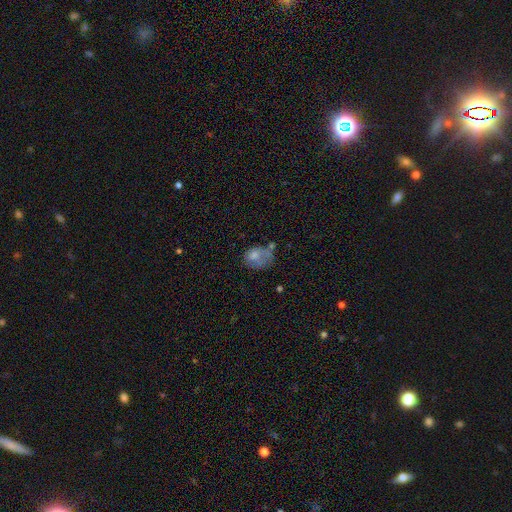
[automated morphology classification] This appears to be a smooth galaxy with no disk features (66%) that is in between round and cigar-shaped (66%). Merging: none (30%).